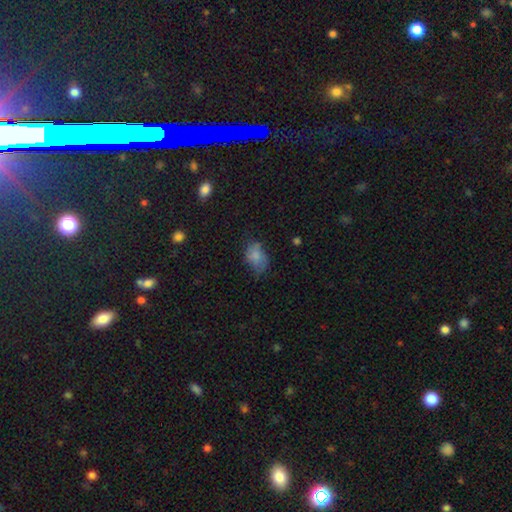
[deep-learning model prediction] Smooth or featured? smooth (70%)
How rounded? in between (81%)
Merging? none (43%)